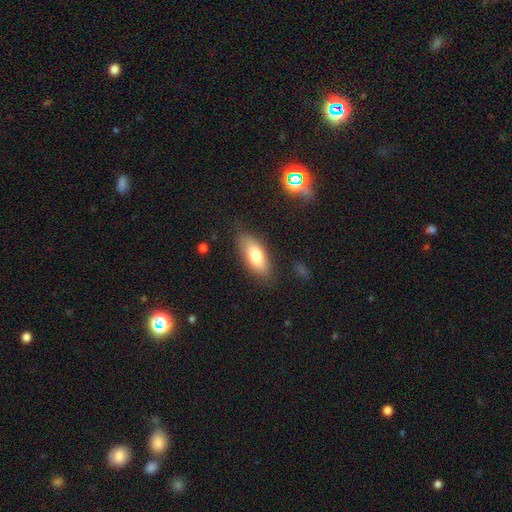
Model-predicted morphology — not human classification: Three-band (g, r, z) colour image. It shows a smooth galaxy with no disk features (75%) that is in between round and cigar-shaped (83%). Merging: none (79%).